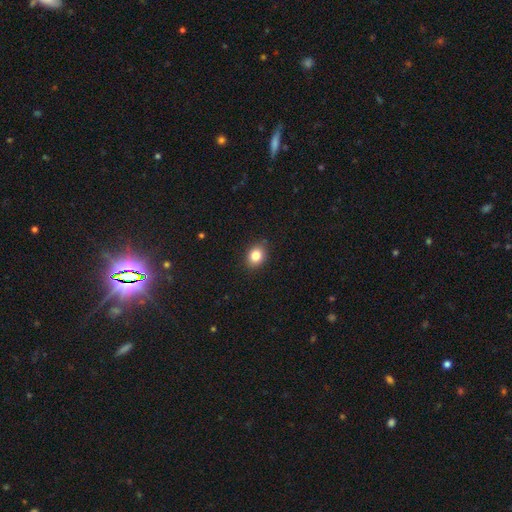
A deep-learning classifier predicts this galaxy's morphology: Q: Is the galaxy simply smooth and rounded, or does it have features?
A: smooth — 83%.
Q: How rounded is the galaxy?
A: round — 51%.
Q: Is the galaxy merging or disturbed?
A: none — 87%.